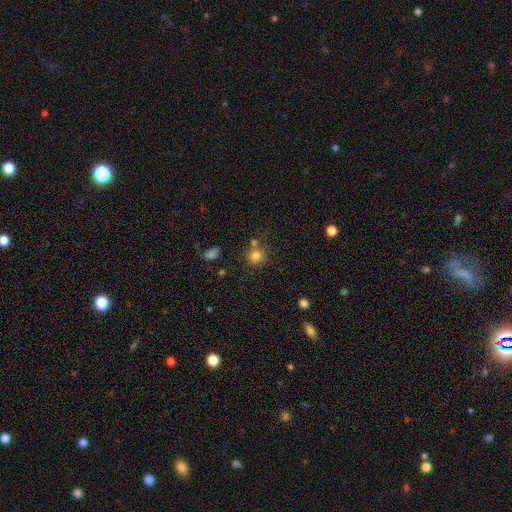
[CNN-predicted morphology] smooth 79%, star or artifact 13%, featured or disk 8%. Down the decision tree: how rounded — round (89%); merging — none (64%).